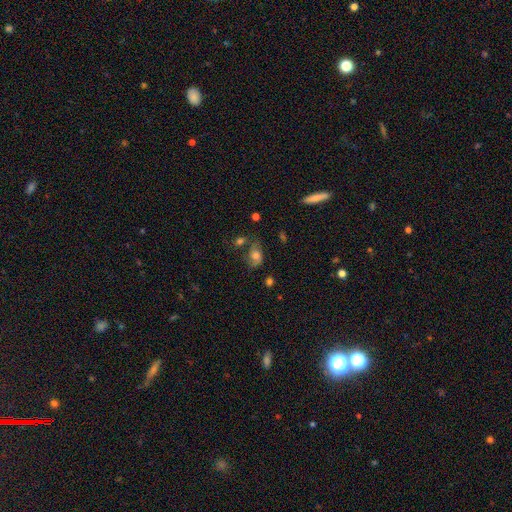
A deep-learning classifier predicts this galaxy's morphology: This is likely a smooth galaxy (62%). How rounded: likely in between (73%). Merging: possibly none (46%).